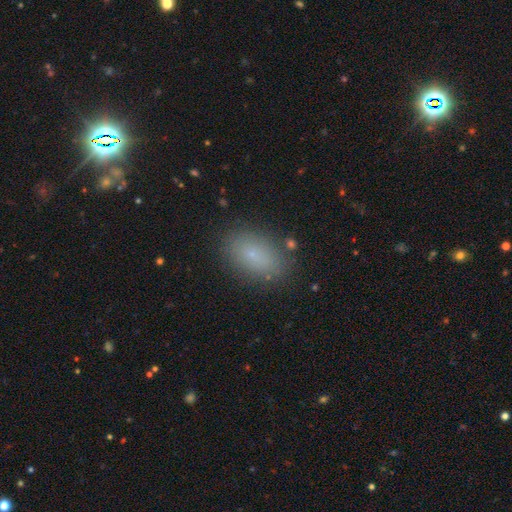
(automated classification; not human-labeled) Q: Smooth or featured?
A: smooth (77%); runner-up: star or artifact (13%)
Q: How rounded?
A: in between (89%); runner-up: round (9%)
Q: Merging?
A: none (85%); runner-up: minor disturbance (10%)